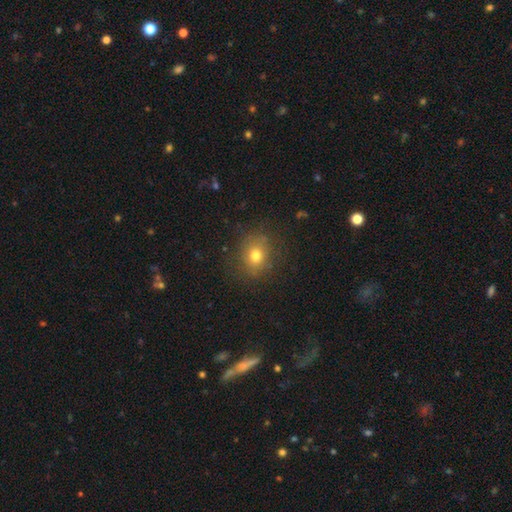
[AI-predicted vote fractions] smooth-or-featured: smooth: 75% | star or artifact: 14% | featured or disk: 11%
  how-rounded: round: 72% | in between: 27% | cigar-shaped: 1%
  merging: none: 81% | minor disturbance: 12% | major disturbance: 5% | merger: 1%